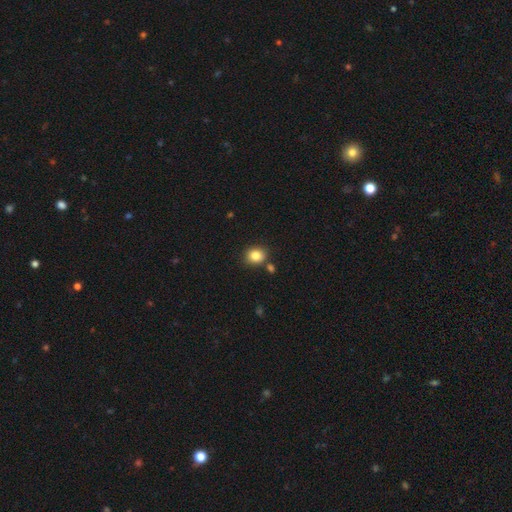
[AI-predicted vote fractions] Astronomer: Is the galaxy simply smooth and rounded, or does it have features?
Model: smooth — 84%.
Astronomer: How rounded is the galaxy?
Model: round — 68%.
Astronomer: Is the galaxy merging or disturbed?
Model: none — 78%.